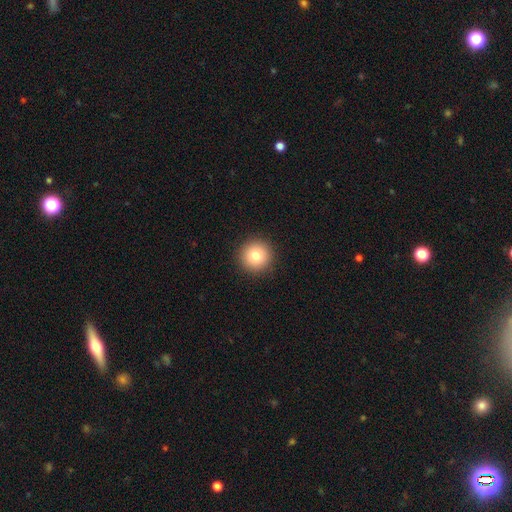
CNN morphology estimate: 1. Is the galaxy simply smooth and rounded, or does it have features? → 79% smooth, 11% star or artifact, 10% featured or disk.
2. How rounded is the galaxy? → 95% round, 4% in between, 1% cigar-shaped.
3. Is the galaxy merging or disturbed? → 93% none, 5% minor disturbance, 2% major disturbance, 1% merger.